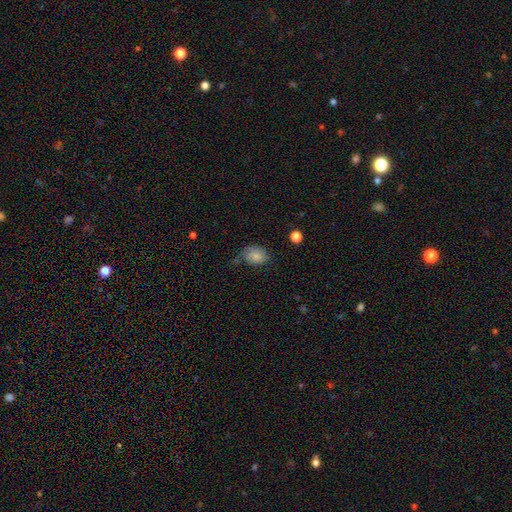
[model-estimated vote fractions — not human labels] smooth-or-featured: smooth: 82% | featured or disk: 9% | star or artifact: 9%
  how-rounded: in between: 67% | round: 32% | cigar-shaped: 1%
  merging: none: 60% | minor disturbance: 28% | major disturbance: 8% | merger: 4%